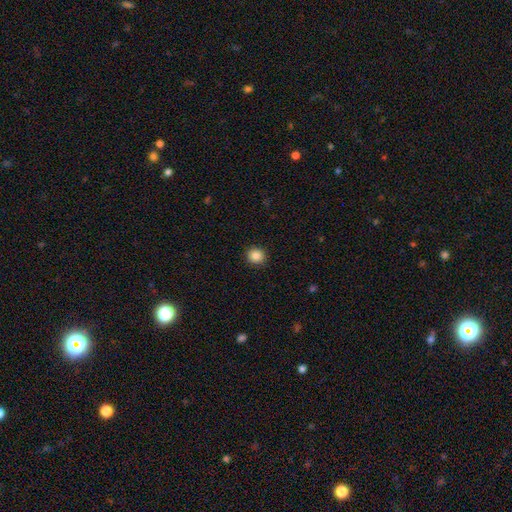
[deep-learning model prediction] A smooth galaxy with no disk features (86%) that is round (89%). Merging: none (92%).